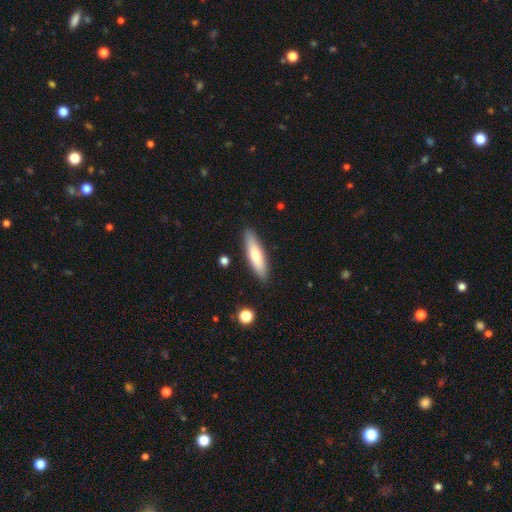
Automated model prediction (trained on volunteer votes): This appears to be a smooth galaxy with no disk features (69%) that is cigar-shaped (72%). Merging: none (88%).